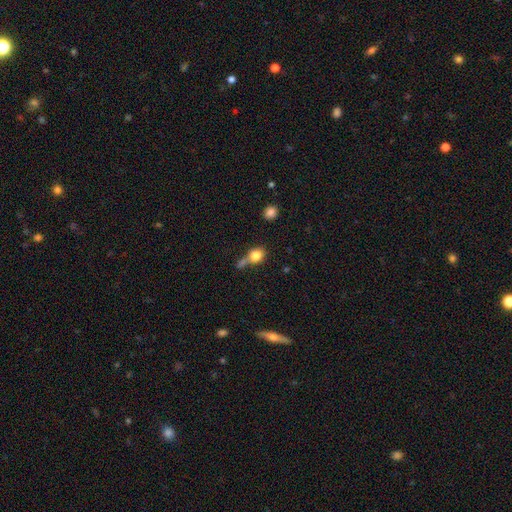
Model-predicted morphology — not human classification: Smooth or featured?
  - smooth: 79% *
  - featured or disk: 11%
  - star or artifact: 10%
How rounded?
  - round: 54% *
  - in between: 43%
  - cigar-shaped: 3%
Merging?
  - none: 40% *
  - merger: 31%
  - minor disturbance: 18%
  - major disturbance: 11%